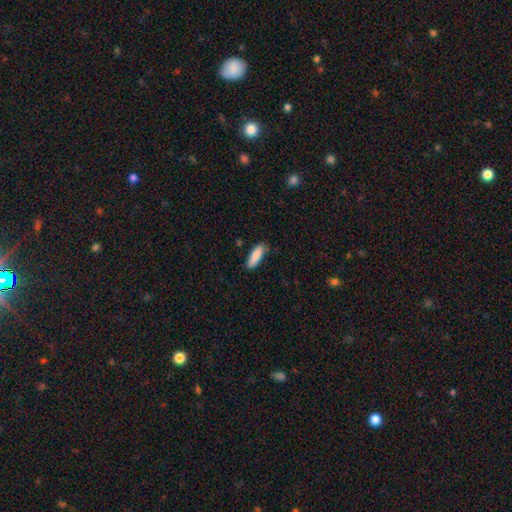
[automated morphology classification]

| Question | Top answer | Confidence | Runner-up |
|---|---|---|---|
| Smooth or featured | smooth | 88% | star or artifact (6%) |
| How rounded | in between | 55% | cigar-shaped (43%) |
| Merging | none | 82% | minor disturbance (14%) |